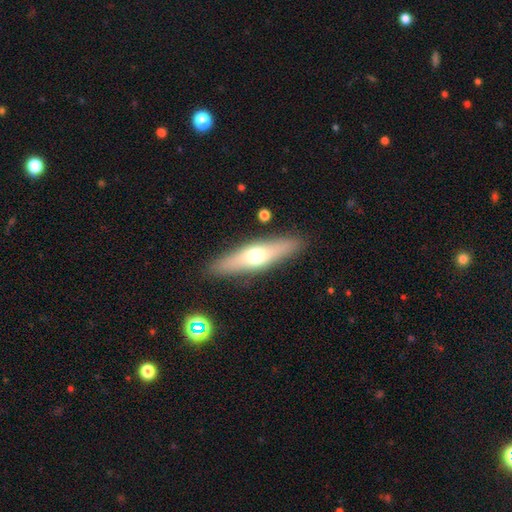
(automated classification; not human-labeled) Morphology: type=smooth (52%); roundness=cigar-shaped (69%); merging=none (88%).